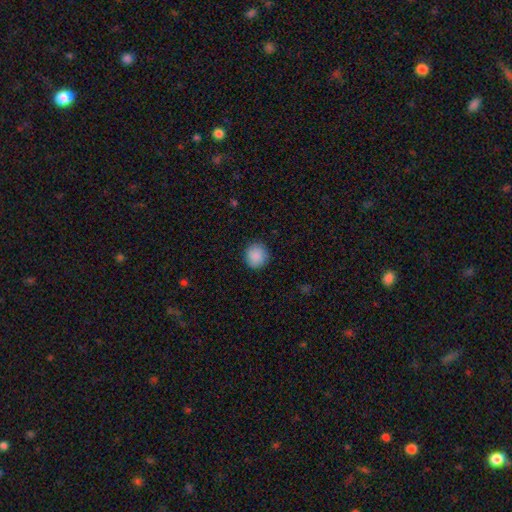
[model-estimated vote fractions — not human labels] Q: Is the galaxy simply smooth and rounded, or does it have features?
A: smooth — 89%.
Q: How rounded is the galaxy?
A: round — 91%.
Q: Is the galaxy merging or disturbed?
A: none — 90%.